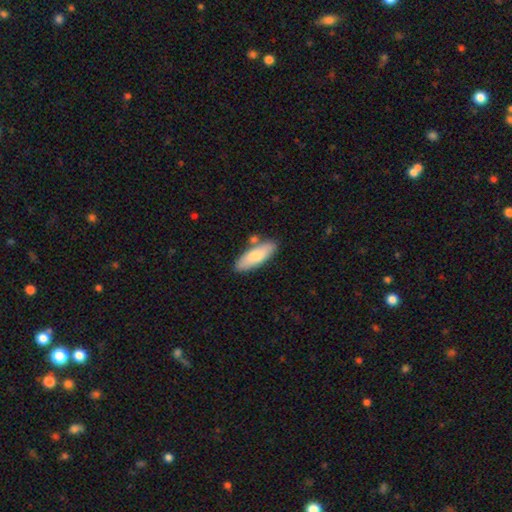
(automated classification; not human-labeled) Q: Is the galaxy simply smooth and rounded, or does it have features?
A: smooth — 76%.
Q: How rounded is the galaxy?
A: in between — 66%.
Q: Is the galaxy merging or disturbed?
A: none — 76%.